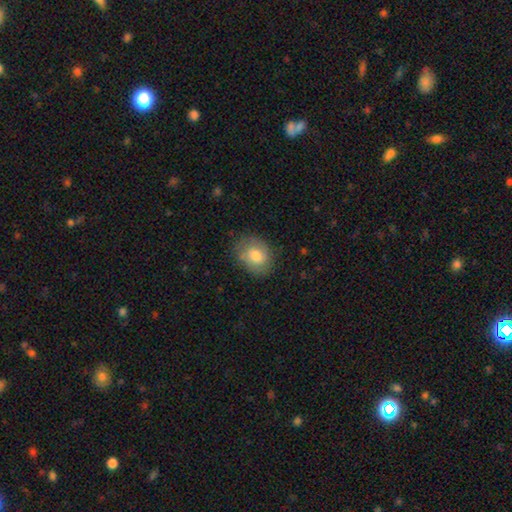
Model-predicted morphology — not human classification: Smooth or featured? smooth (75%)
How rounded? in between (57%)
Merging? none (75%)